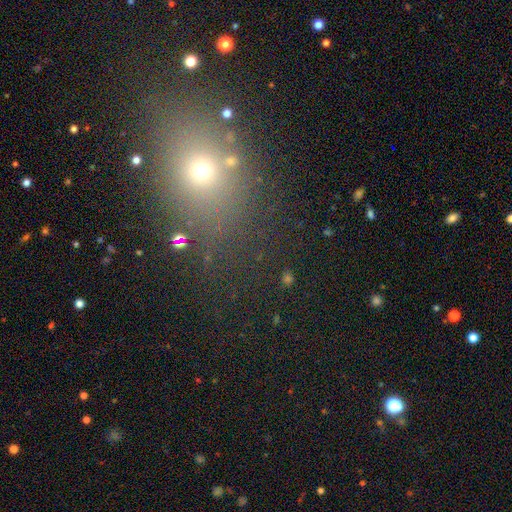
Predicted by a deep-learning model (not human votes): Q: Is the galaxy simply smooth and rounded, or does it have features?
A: smooth — 53%.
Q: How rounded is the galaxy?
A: round — 49%.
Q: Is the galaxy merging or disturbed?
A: none — 79%.